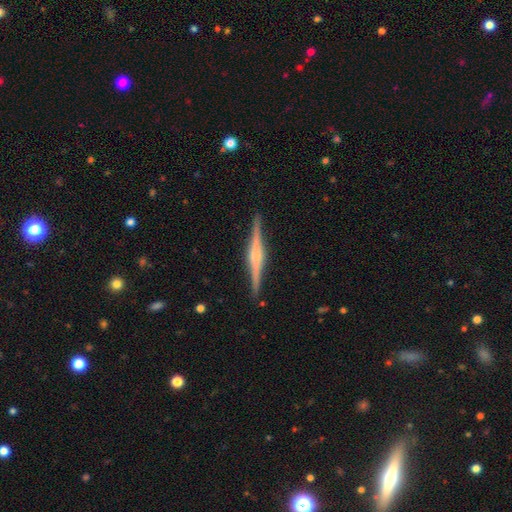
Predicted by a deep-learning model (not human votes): The model was most divided on "edge-on bulge": rounded: 77%, boxy: 16%, none: 7%. More confident: edge-on disk — yes (99%); merging — none (91%); smooth or featured — featured or disk (85%).